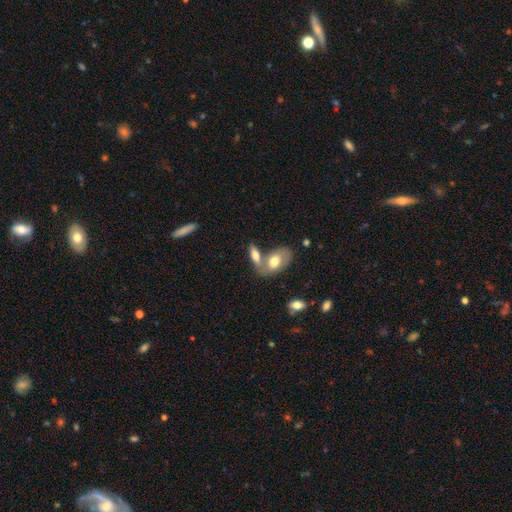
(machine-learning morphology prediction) A smooth galaxy with no disk features (66%) that is in between round and cigar-shaped (78%). Merging: merger (46%).